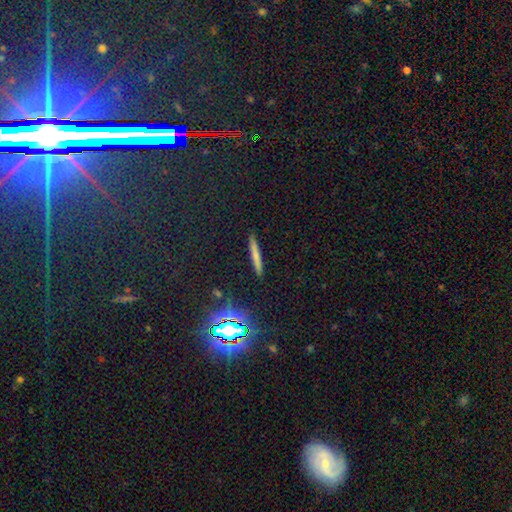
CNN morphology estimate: Smooth or featured?
  - smooth: 64% *
  - featured or disk: 21%
  - star or artifact: 15%
How rounded?
  - cigar-shaped: 94% *
  - in between: 4%
  - round: 2%
Merging?
  - none: 90% *
  - minor disturbance: 7%
  - major disturbance: 2%
  - merger: 1%